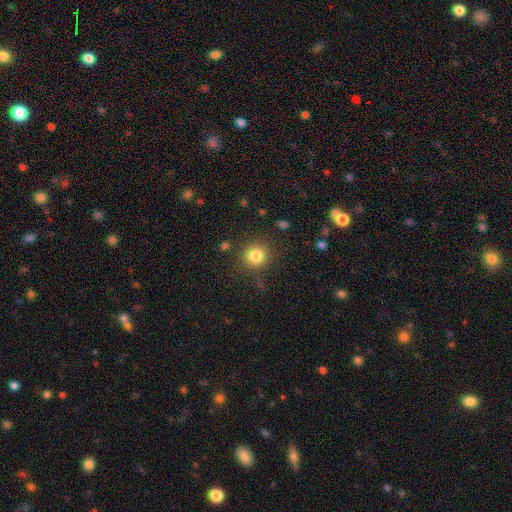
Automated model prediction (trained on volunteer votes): Smooth or featured? Predicted: smooth (p=0.82). How rounded? Predicted: round (p=0.92). Merging? Predicted: none (p=0.84).